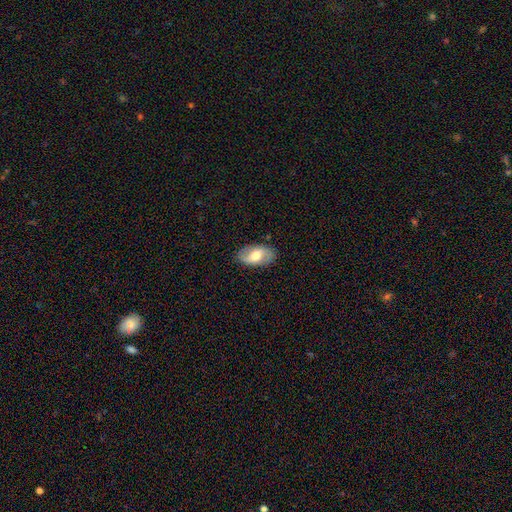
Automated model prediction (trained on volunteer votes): This is possibly a featured or disk galaxy (53%). It is clearly not viewed edge-on (92%). Merging: clearly none (85%).